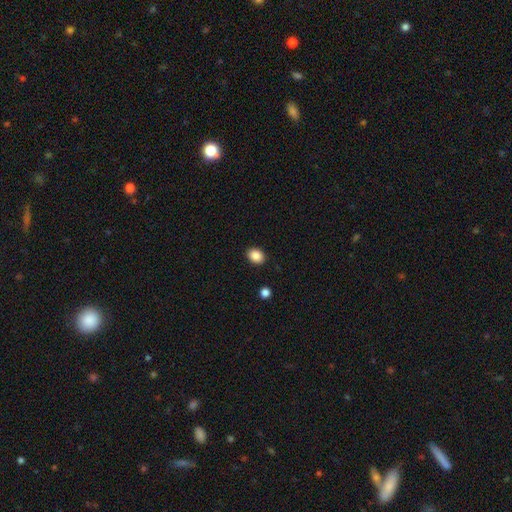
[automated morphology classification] This is clearly a smooth galaxy (88%). How rounded: possibly in between (57%). Merging: clearly none (90%).